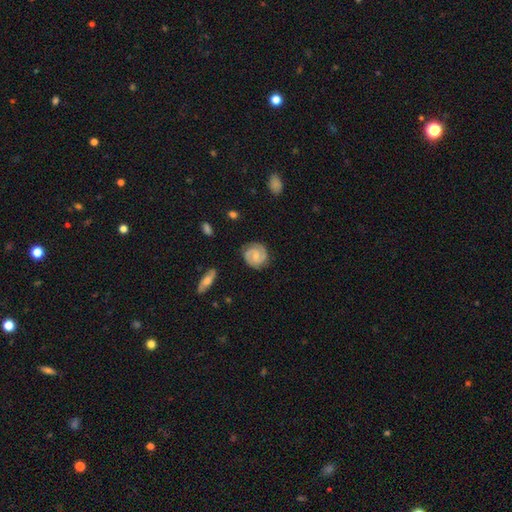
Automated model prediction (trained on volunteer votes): Smooth or featured?
  - featured or disk: 77% *
  - smooth: 17%
  - star or artifact: 6%
Edge-on disk?
  - no: 98% *
  - yes: 2%
Bar?
  - no: 47% *
  - weak: 43%
  - strong: 9%
Spiral arms?
  - yes: 96% *
  - no: 4%
Spiral winding?
  - tight: 57% *
  - medium: 36%
  - loose: 7%
Spiral arm count?
  - 2: 84% *
  - can't tell: 6%
  - 3: 5%
  - 1: 2%
  - 4: 1%
  - more than 4: 1%
Bulge size?
  - small: 50% *
  - moderate: 30%
  - none: 17%
  - large: 2%
  - dominant: 1%
Merging?
  - none: 82% *
  - minor disturbance: 13%
  - major disturbance: 4%
  - merger: 1%